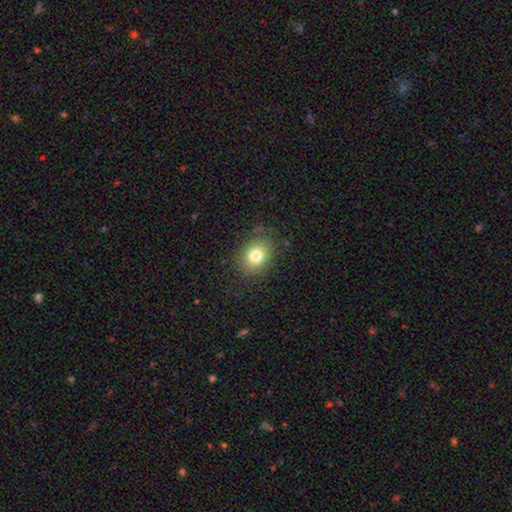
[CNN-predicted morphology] This appears to be a smooth galaxy with no disk features (78%) that is in between round and cigar-shaped (52%). Merging: none (82%).